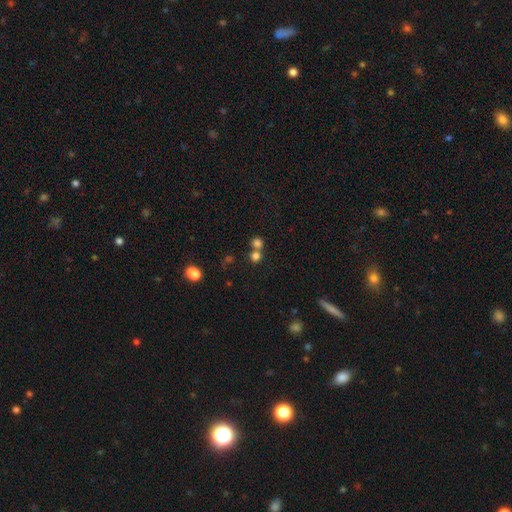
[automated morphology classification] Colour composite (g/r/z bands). It shows a smooth galaxy with no disk features (75%) that is round (87%). Merging: none (52%).